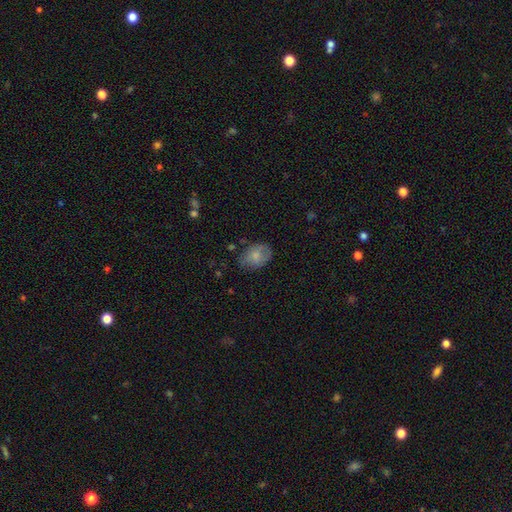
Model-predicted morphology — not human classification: Overall: smooth (73%). How rounded: in between (77%). Merging: none (65%).